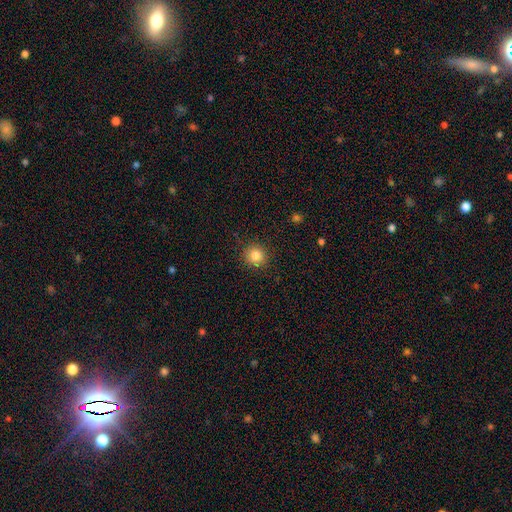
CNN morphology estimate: Overall: smooth (83%). How rounded: round (92%). Merging: none (90%).